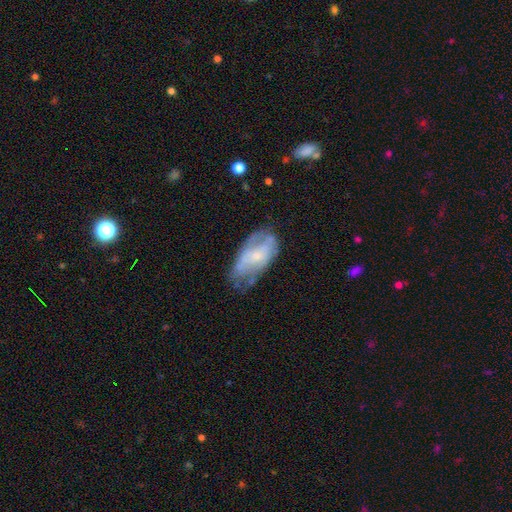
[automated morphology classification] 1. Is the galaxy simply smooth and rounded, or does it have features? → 59% featured or disk, 33% smooth, 8% star or artifact.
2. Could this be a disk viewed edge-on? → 92% no, 8% yes.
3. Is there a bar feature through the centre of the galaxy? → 67% no, 26% weak, 7% strong.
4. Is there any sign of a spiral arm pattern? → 54% yes, 46% no.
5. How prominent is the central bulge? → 70% small, 22% moderate, 6% none, 2% large, 1% dominant.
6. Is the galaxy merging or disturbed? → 51% none, 30% minor disturbance, 16% major disturbance, 3% merger.